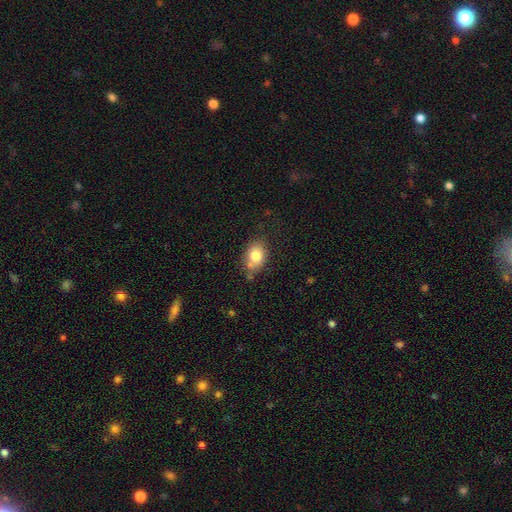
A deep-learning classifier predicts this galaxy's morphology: Smooth or featured?
  - smooth: 79% *
  - featured or disk: 12%
  - star or artifact: 9%
How rounded?
  - in between: 67% *
  - round: 32%
  - cigar-shaped: 1%
Merging?
  - none: 64% *
  - minor disturbance: 22%
  - merger: 9%
  - major disturbance: 5%